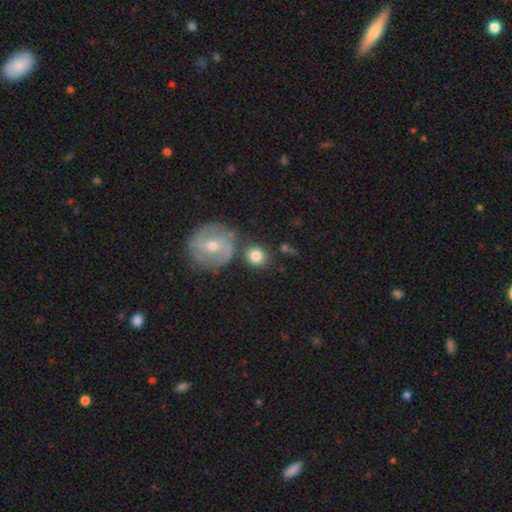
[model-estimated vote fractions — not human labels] This is clearly a smooth galaxy (81%). How rounded: clearly round (89%). Merging: likely none (73%).